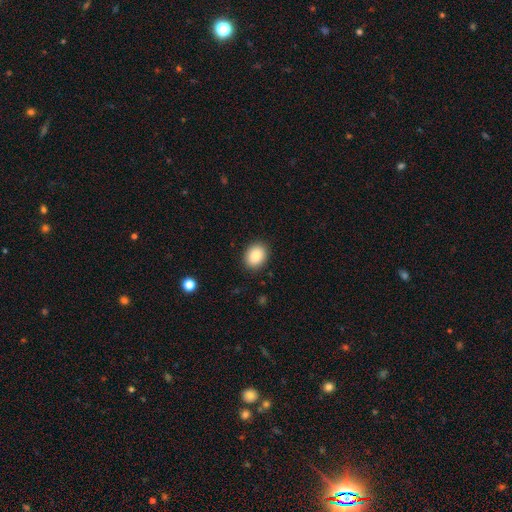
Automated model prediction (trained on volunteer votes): Overall: smooth (87%). How rounded: in between (56%; round 44%). Merging: none (89%).